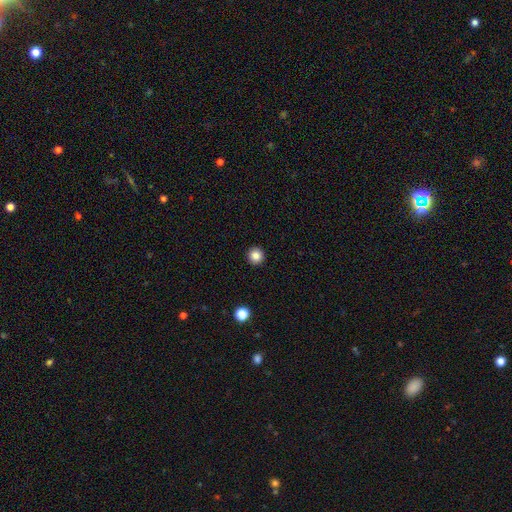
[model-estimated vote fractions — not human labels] The model was most divided on "smooth or featured": smooth: 85%, star or artifact: 11%, featured or disk: 4%. More confident: how rounded — round (95%); merging — none (94%).